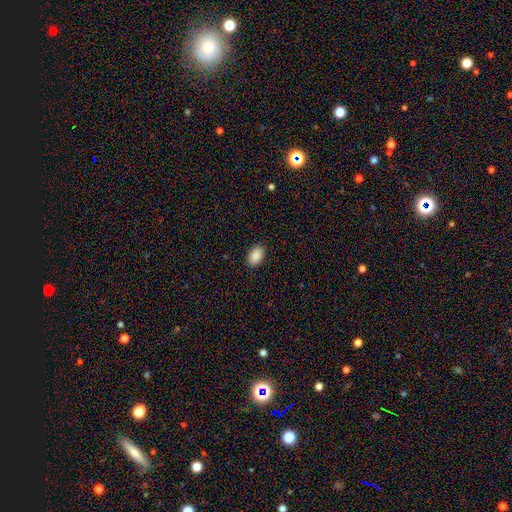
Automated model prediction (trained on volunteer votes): The model was most divided on "how rounded": in between: 88%, round: 11%, cigar-shaped: 1%. More confident: smooth or featured — smooth (90%); merging — none (89%).